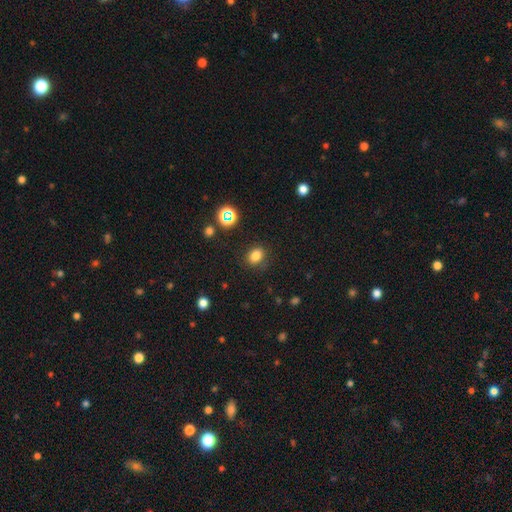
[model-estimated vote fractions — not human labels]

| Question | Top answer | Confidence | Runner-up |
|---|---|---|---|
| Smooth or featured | smooth | 80% | star or artifact (14%) |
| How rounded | in between | 61% | round (38%) |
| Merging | none | 82% | minor disturbance (12%) |